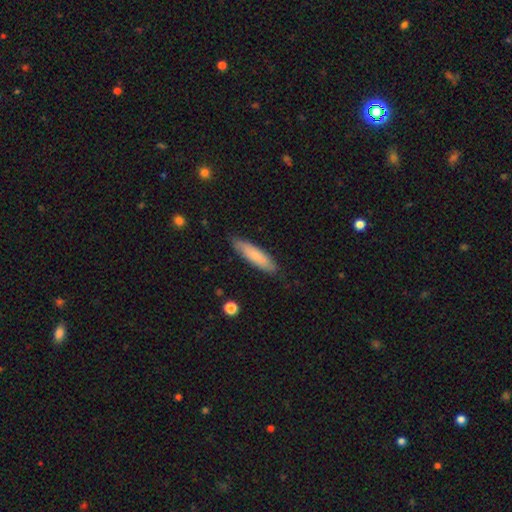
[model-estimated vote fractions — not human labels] A smooth galaxy with no disk features (75%) that is cigar-shaped (71%).

Vote fractions:
- Smooth or featured? smooth: 75% / featured or disk: 19% / star or artifact: 6%
- How rounded? cigar-shaped: 71% / in between: 27% / round: 1%
- Merging? none: 83% / minor disturbance: 14% / major disturbance: 2% / merger: 1%